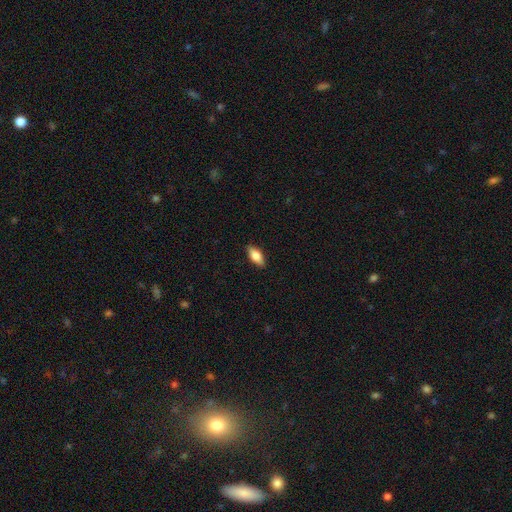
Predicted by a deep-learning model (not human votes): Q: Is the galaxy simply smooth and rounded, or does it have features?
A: smooth — 76%.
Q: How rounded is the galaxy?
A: in between — 83%.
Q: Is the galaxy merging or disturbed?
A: none — 88%.